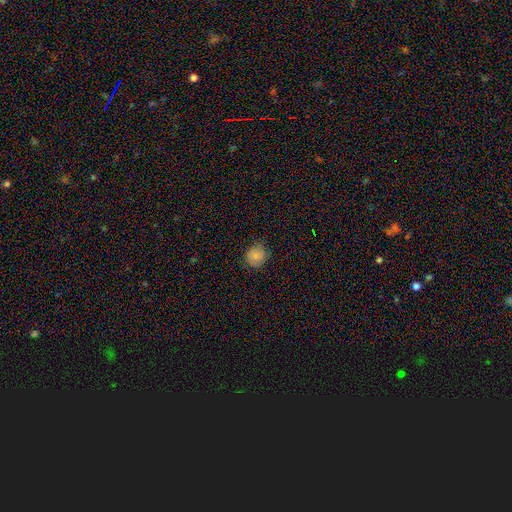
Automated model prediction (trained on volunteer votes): This appears to be a smooth galaxy with no disk features (83%) that is round (83%). Merging: none (74%).